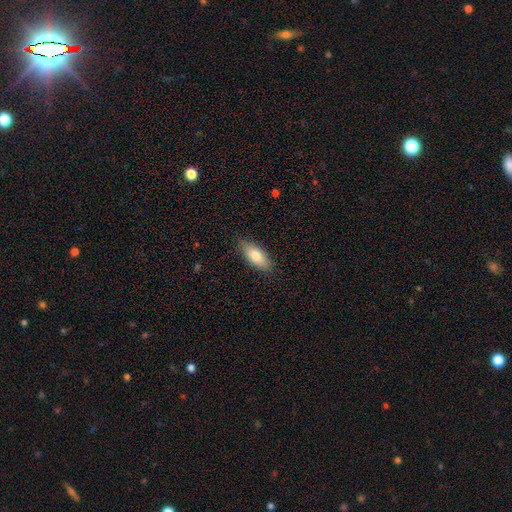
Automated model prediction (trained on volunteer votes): Overall: smooth (78%). How rounded: in between (84%). Merging: none (82%).